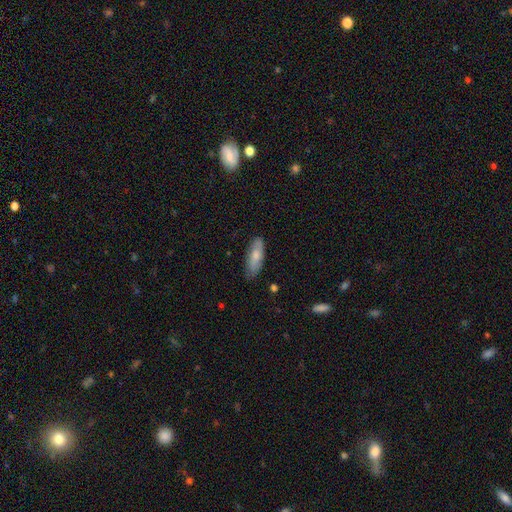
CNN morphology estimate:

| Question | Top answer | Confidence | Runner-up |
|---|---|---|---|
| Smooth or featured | smooth | 73% | featured or disk (21%) |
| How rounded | in between | 60% | cigar-shaped (38%) |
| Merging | none | 77% | minor disturbance (18%) |